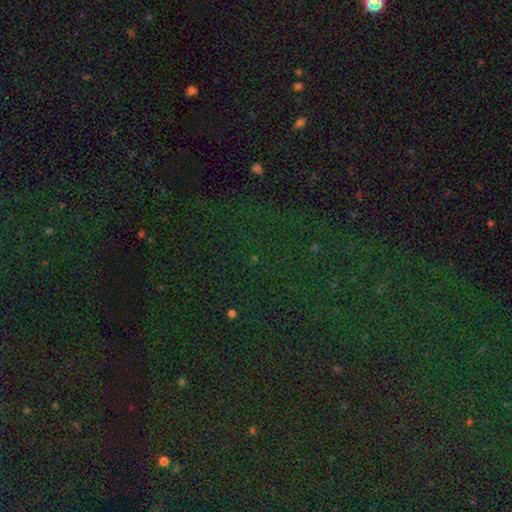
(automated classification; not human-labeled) Smooth or featured? star or artifact (84%)